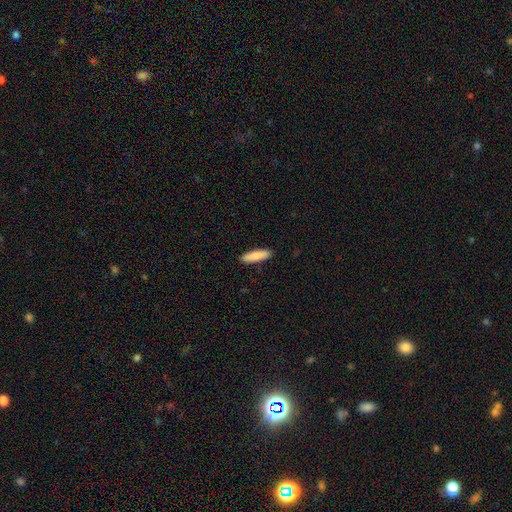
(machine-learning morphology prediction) This appears to be a smooth galaxy with no disk features (87%) that is cigar-shaped (68%). Merging: none (91%).